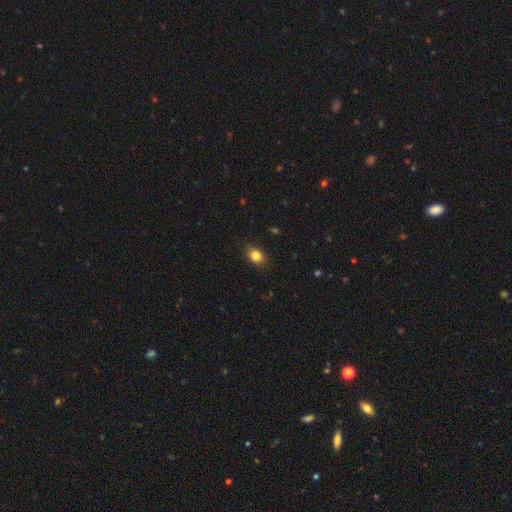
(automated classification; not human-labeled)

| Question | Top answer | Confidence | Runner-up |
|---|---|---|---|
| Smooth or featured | smooth | 83% | star or artifact (10%) |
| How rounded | in between | 62% | round (36%) |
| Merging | none | 84% | minor disturbance (13%) |